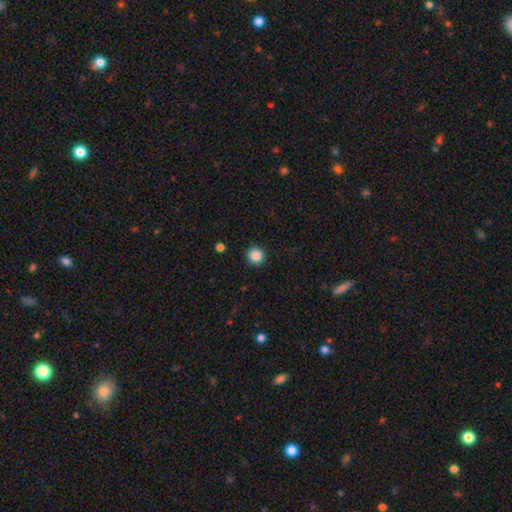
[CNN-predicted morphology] Q: Smooth or featured?
A: smooth (87%); runner-up: star or artifact (10%)
Q: How rounded?
A: round (94%); runner-up: in between (5%)
Q: Merging?
A: none (92%); runner-up: minor disturbance (5%)